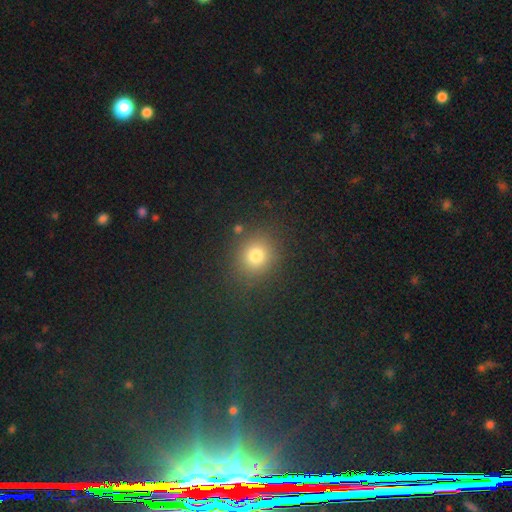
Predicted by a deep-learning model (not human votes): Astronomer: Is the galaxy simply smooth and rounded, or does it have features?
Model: smooth — 77%.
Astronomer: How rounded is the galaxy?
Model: round — 82%.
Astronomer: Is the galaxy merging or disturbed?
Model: none — 84%.